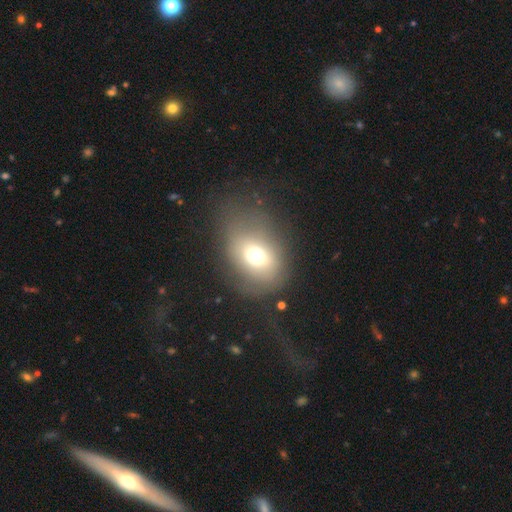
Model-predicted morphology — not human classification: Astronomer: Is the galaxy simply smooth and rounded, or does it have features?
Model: smooth — 66%.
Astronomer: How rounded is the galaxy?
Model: in between — 59% (runner-up: round, 40%).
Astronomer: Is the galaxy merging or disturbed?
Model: none — 61%.